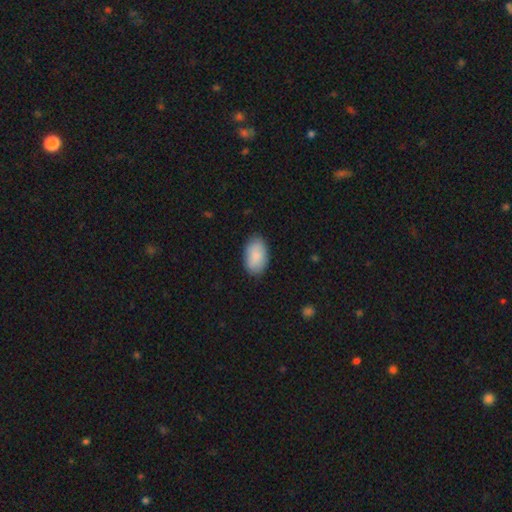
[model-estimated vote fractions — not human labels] Overall: smooth (88%). How rounded: in between (93%). Merging: none (85%).